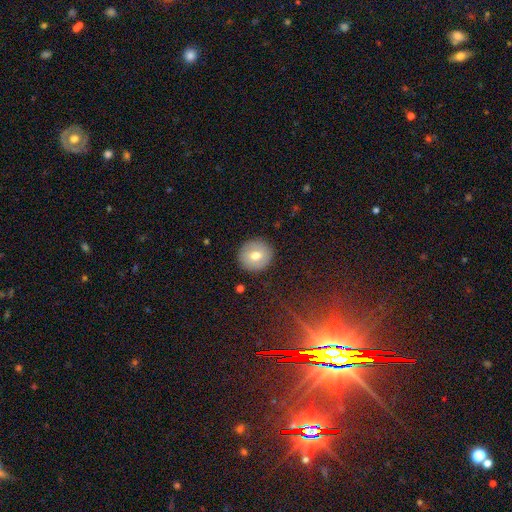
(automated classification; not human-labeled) smooth_or_featured: smooth (p=0.69) [alt: featured or disk p=0.23]
how_rounded: round (p=0.91) [alt: in between p=0.08]
merging: none (p=0.90) [alt: minor disturbance p=0.07]